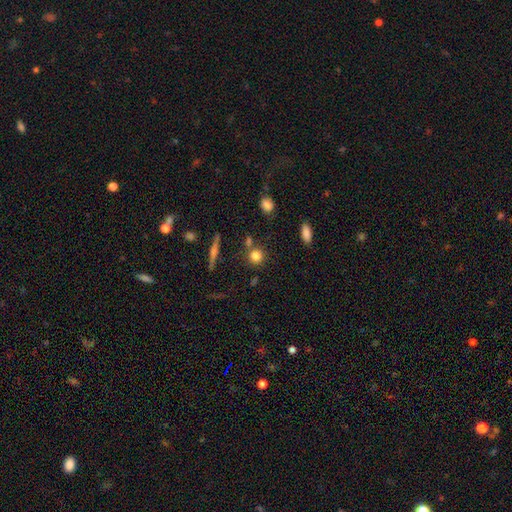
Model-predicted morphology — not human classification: Smooth or featured?
  - smooth: 79% *
  - star or artifact: 12%
  - featured or disk: 9%
How rounded?
  - round: 90% *
  - in between: 9%
  - cigar-shaped: 2%
Merging?
  - none: 77% *
  - merger: 11%
  - minor disturbance: 9%
  - major disturbance: 3%